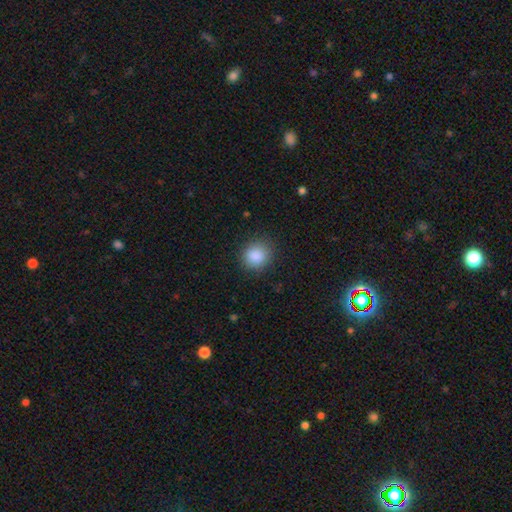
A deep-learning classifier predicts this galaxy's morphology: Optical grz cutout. It shows a smooth galaxy with no disk features (88%) that is round (81%). Merging: none (86%).